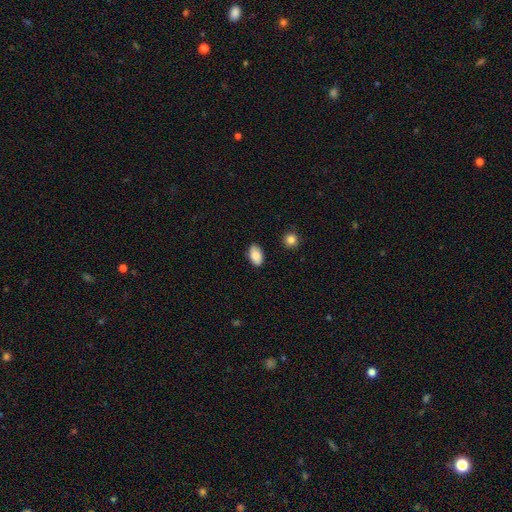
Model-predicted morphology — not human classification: The model was most divided on "merging": none: 86%, minor disturbance: 11%, major disturbance: 2%, merger: 2%. More confident: how rounded — in between (93%); smooth or featured — smooth (87%).